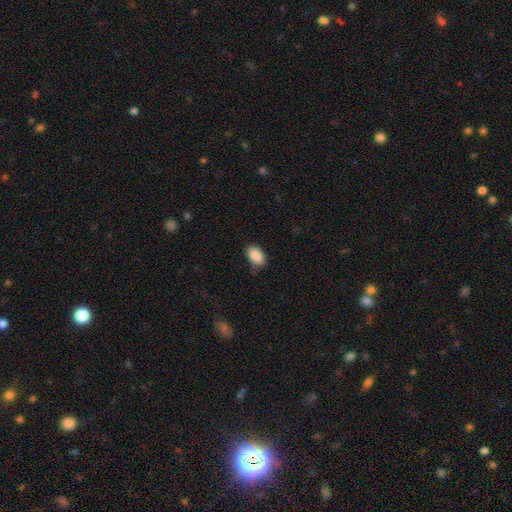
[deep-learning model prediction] smooth_or_featured: smooth (p=0.89) [alt: star or artifact p=0.07]
how_rounded: in between (p=0.90) [alt: round p=0.08]
merging: none (p=0.77) [alt: minor disturbance p=0.19]